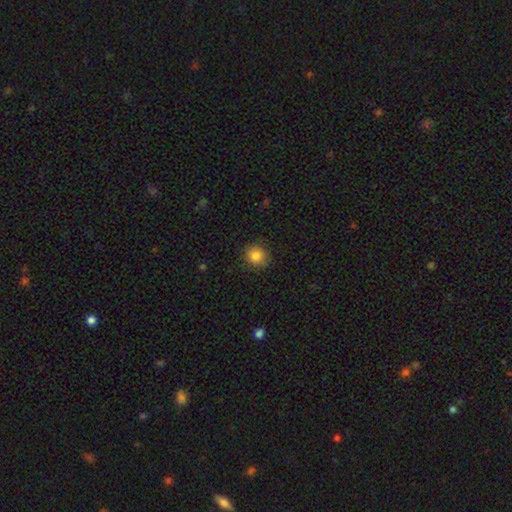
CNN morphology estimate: smooth_or_featured: smooth (p=0.85) [alt: star or artifact p=0.10]
how_rounded: round (p=0.85) [alt: in between p=0.15]
merging: none (p=0.88) [alt: minor disturbance p=0.08]